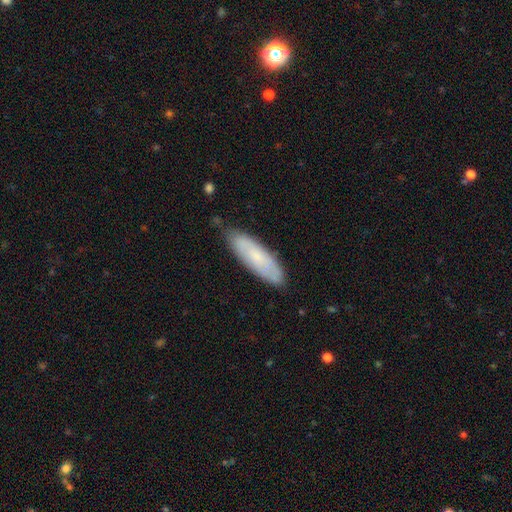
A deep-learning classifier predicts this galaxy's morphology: Smooth or featured?
  - smooth: 63% *
  - featured or disk: 30%
  - star or artifact: 7%
How rounded?
  - cigar-shaped: 54% *
  - in between: 45%
  - round: 2%
Merging?
  - none: 75% *
  - minor disturbance: 20%
  - major disturbance: 3%
  - merger: 2%